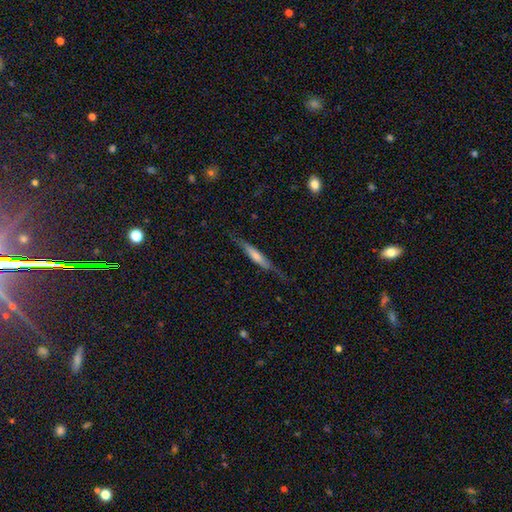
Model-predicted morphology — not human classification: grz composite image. It shows a featured or disk galaxy (53%) viewed edge-on (91%). Merging: none (74%).